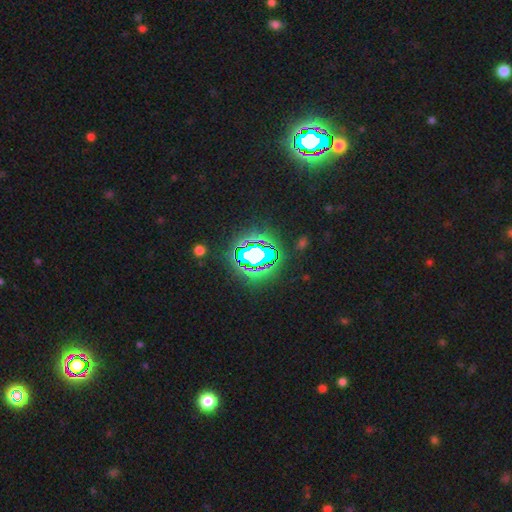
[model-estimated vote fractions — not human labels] A star or artifact, not a galaxy (83%).

Vote fractions:
- Smooth or featured? star or artifact: 83% / smooth: 10% / featured or disk: 6%